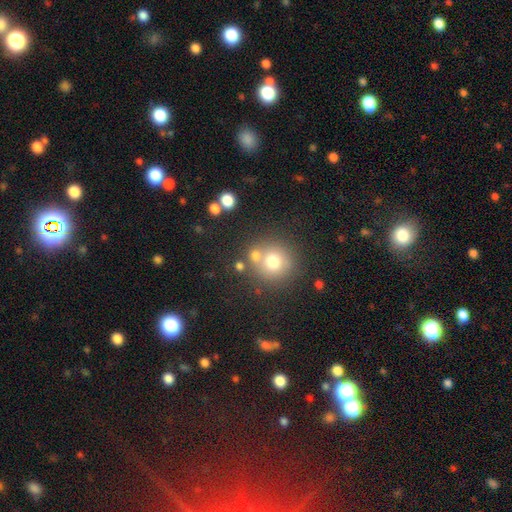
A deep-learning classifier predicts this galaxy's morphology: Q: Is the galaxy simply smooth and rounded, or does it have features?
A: smooth — 71%.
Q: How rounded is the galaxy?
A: round — 90%.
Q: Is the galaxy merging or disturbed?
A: none — 63%.